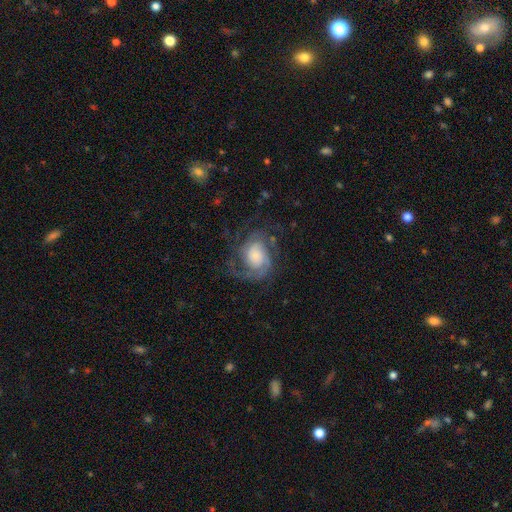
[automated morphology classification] The model was most divided on "spiral winding": medium: 42%, tight: 41%, loose: 17%. Remaining: edge-on disk — no (98%); spiral arms — yes (95%); smooth or featured — featured or disk (80%); bar — no (72%); merging — none (59%); spiral arm count — 2 (39%); bulge size — large (31%).